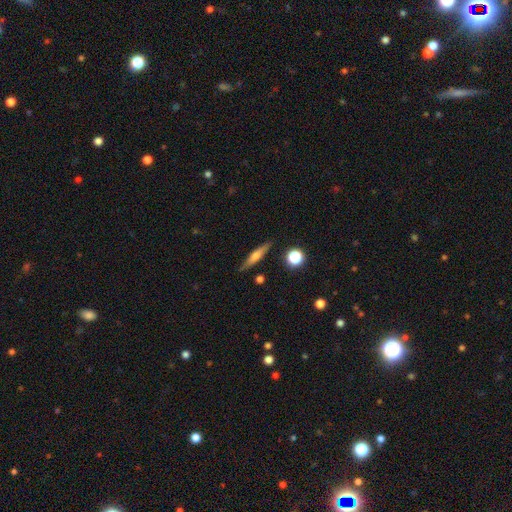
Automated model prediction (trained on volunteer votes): Q: Smooth or featured?
A: featured or disk (46%); tied with: smooth (46%)
Q: Merging?
A: none (86%); runner-up: minor disturbance (10%)